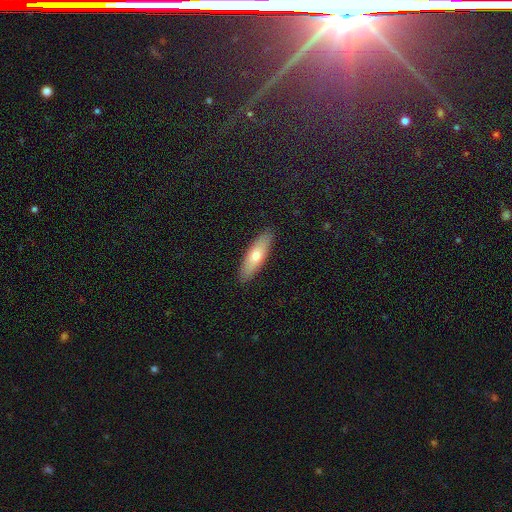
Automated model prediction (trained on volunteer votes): Overall: smooth (67%). How rounded: cigar-shaped (53%; in between 45%). Merging: none (90%).